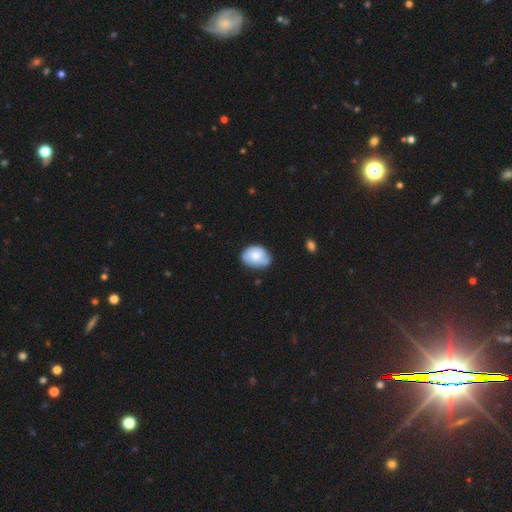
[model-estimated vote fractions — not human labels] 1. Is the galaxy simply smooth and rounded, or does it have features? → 66% smooth, 27% featured or disk, 7% star or artifact.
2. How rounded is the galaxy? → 69% in between, 30% round, 1% cigar-shaped.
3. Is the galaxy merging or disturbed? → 63% none, 29% minor disturbance, 6% major disturbance, 2% merger.